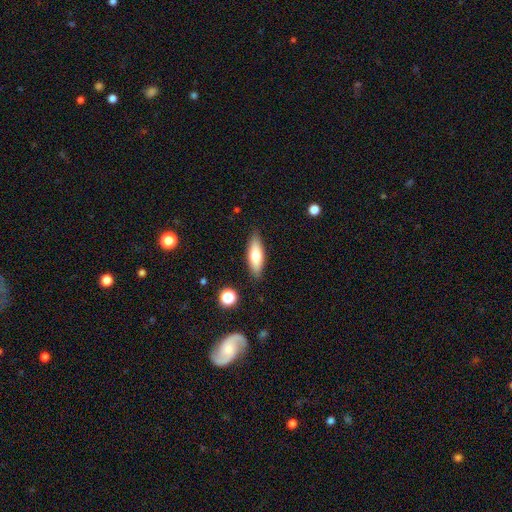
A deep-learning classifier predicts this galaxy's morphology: A smooth galaxy with no disk features (70%) that is in between round and cigar-shaped (54%). Merging: none (86%).